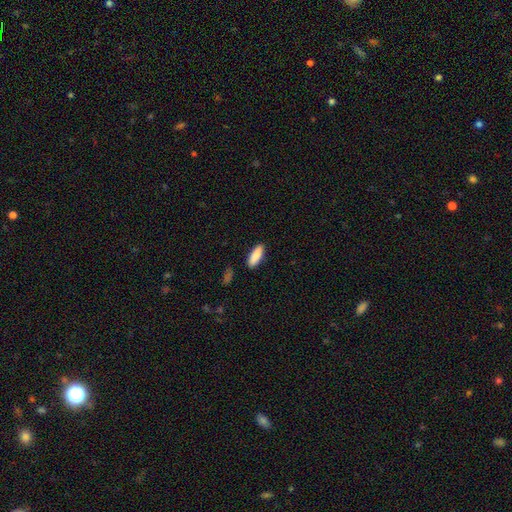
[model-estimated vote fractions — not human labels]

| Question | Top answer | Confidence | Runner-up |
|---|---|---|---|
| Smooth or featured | smooth | 88% | featured or disk (6%) |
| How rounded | in between | 66% | cigar-shaped (33%) |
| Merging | none | 89% | minor disturbance (8%) |